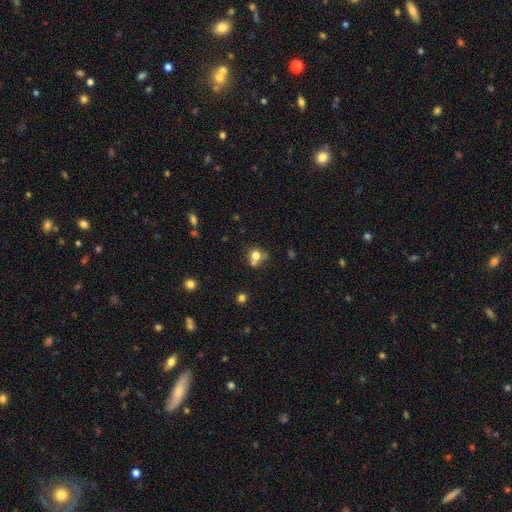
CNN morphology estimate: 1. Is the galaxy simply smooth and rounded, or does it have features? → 72% smooth, 15% featured or disk, 13% star or artifact.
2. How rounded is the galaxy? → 77% round, 22% in between, 1% cigar-shaped.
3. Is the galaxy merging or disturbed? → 45% none, 36% merger, 13% minor disturbance, 6% major disturbance.